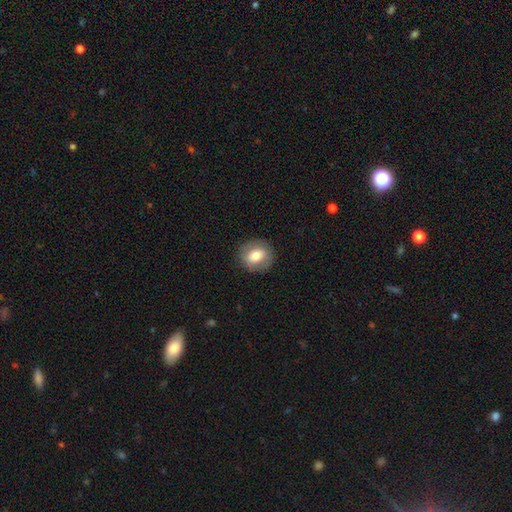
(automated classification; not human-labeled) The model was most divided on "smooth or featured": smooth: 68%, featured or disk: 24%, star or artifact: 8%. More confident: merging — none (87%); how rounded — round (73%).